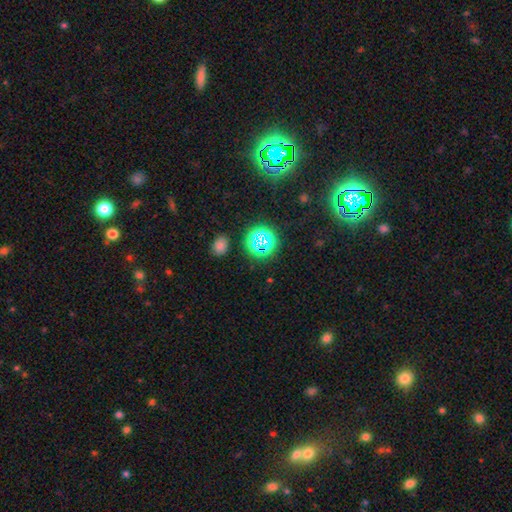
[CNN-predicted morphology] Smooth or featured? star or artifact (67%)